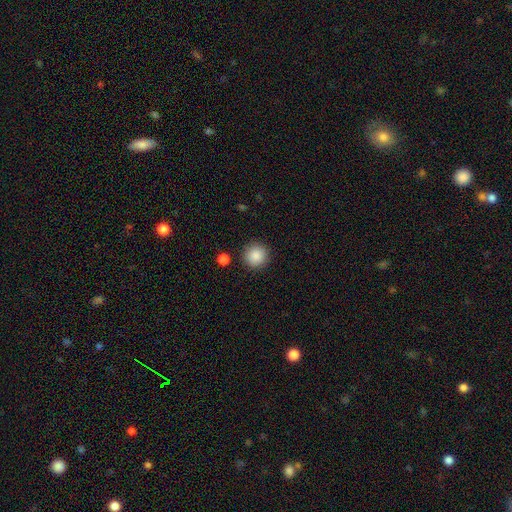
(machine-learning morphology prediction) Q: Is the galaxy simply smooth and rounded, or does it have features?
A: smooth — 88%.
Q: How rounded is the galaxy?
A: round — 95%.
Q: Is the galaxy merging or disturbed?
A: none — 90%.